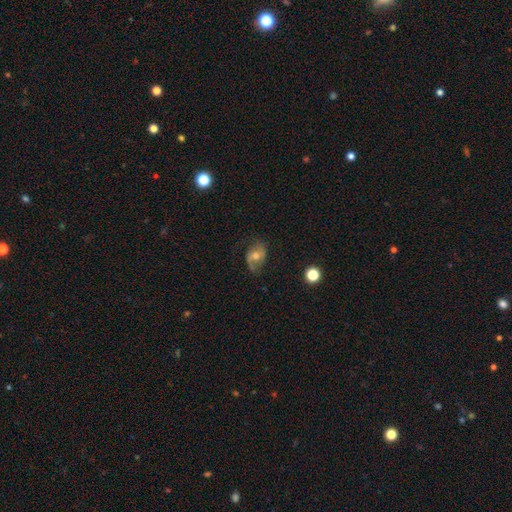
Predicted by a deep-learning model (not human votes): A featured or disk galaxy (66%) with no bar (50%), 2 (85%) loose (45%) spiral arms (86%) and a moderate central bulge (65%).

Vote fractions:
- Smooth or featured? featured or disk: 66% / smooth: 26% / star or artifact: 8%
- Edge-on disk? no: 96% / yes: 4%
- Bar? no: 50% / weak: 39% / strong: 11%
- Spiral arms? yes: 86% / no: 14%
- Spiral winding? loose: 45% / medium: 42% / tight: 13%
- Spiral arm count? 2: 85% / can't tell: 7% / 1: 6% / 3: 1% / 4: 1% / more than 4: 1%
- Bulge size? moderate: 65% / small: 20% / large: 10% / none: 3% / dominant: 1%
- Merging? none: 68% / minor disturbance: 20% / major disturbance: 10% / merger: 2%